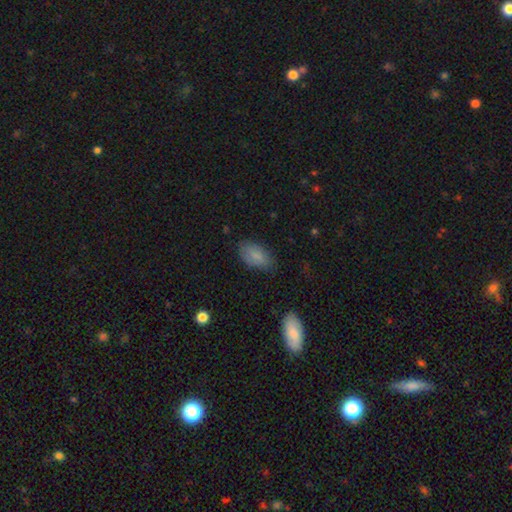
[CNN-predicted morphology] type=smooth (84%); roundness=in between (93%); merging=none (77%).